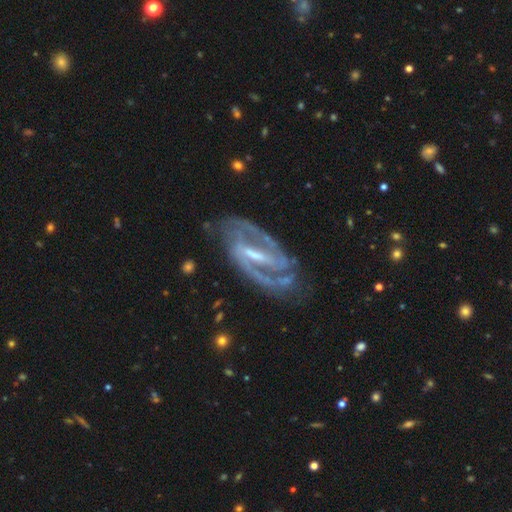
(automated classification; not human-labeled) smooth-or-featured: featured or disk: 92% | star or artifact: 4% | smooth: 4%
  disk-edge-on: no: 95% | yes: 5%
    bar: strong: 69% | weak: 25% | no: 6%
    has-spiral-arms: yes: 98% | no: 2%
      spiral-winding: medium: 52% | tight: 38% | loose: 10%
      spiral-arm-count: 2: 89% | 3: 3% | can't tell: 3% | 1: 2% | 4: 1% | more than 4: 1%
    bulge-size: small: 55% | moderate: 32% | none: 9% | large: 3% | dominant: 1%
  merging: none: 75% | minor disturbance: 16% | major disturbance: 7% | merger: 2%